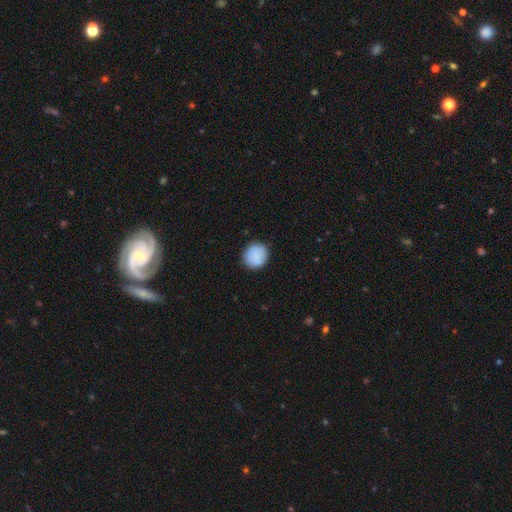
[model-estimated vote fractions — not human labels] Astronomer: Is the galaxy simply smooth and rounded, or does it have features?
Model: smooth — 86%.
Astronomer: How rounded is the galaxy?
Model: round — 88%.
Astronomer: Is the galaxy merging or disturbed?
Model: none — 86%.